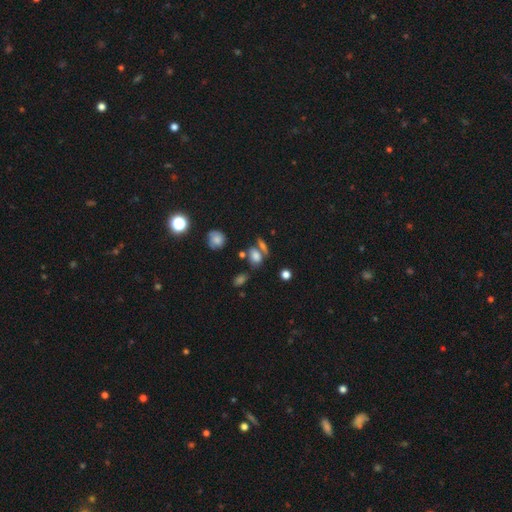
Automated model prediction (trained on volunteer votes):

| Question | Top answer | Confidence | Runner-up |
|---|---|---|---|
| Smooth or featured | smooth | 69% | star or artifact (16%) |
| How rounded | in between | 72% | round (18%) |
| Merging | none | 49% | merger (30%) |